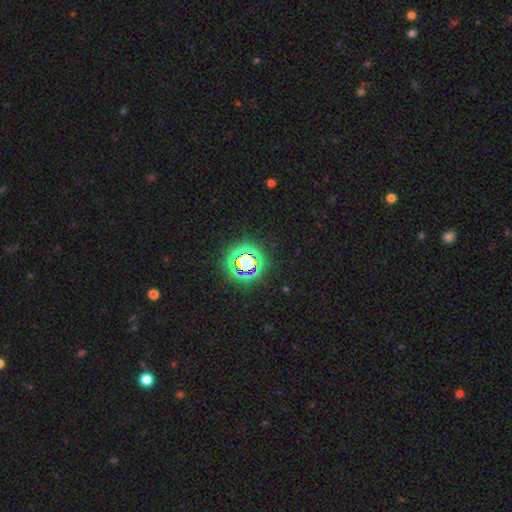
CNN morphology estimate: star or artifact 81%, smooth 12%, featured or disk 6%.